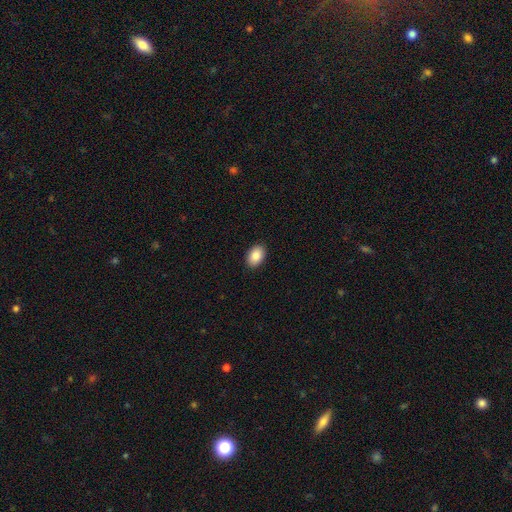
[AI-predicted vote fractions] Smooth or featured? Predicted: smooth (p=0.88). How rounded? Predicted: in between (p=0.87). Merging? Predicted: none (p=0.91).